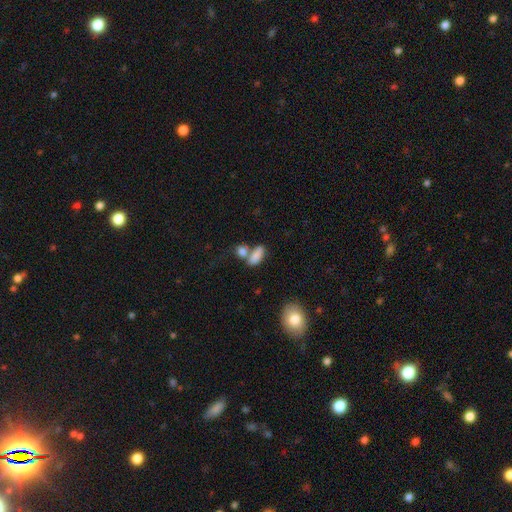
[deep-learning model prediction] This is clearly a smooth galaxy (82%). How rounded: clearly in between (83%). Merging: marginally merger (42%).